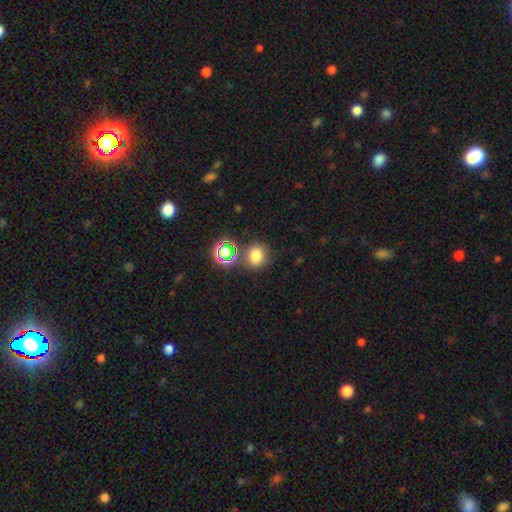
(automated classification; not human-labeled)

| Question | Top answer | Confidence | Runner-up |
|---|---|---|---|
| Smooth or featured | smooth | 74% | star or artifact (20%) |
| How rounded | round | 74% | in between (25%) |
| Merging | none | 76% | minor disturbance (10%) |